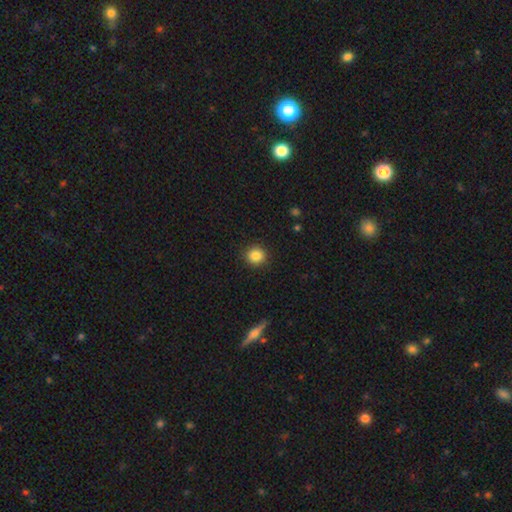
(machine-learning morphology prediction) The model was most divided on "smooth or featured": smooth: 86%, star or artifact: 10%, featured or disk: 4%. More confident: merging — none (90%); how rounded — round (90%).